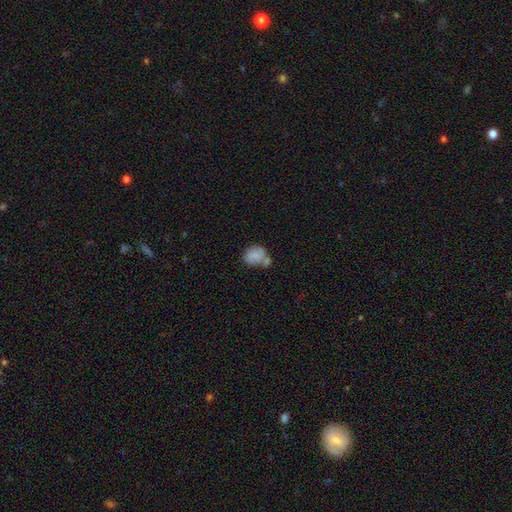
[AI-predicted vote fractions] Smooth or featured? Predicted: smooth (p=0.80). How rounded? Predicted: in between (p=0.57). Merging? Predicted: merger (p=0.40).